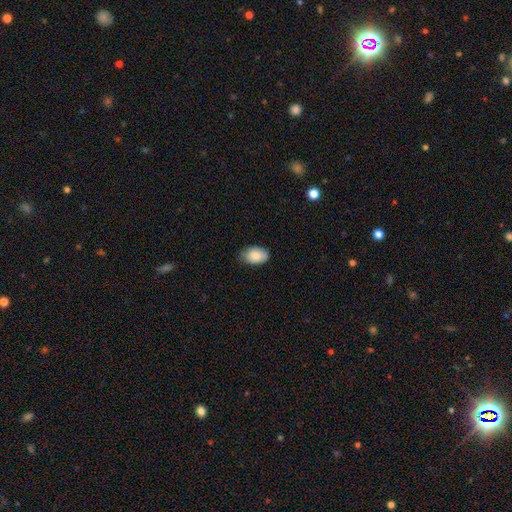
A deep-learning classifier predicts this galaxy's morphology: Smooth or featured: smooth — 85% (featured or disk — 8%)
How rounded: in between — 89% (round — 9%)
Merging: none — 67% (minor disturbance — 28%)